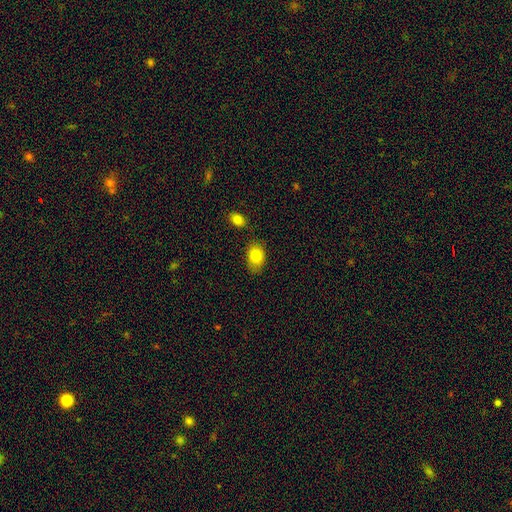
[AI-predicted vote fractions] Smooth or featured: smooth — 83% (featured or disk — 9%)
How rounded: in between — 82% (round — 17%)
Merging: none — 77% (minor disturbance — 15%)